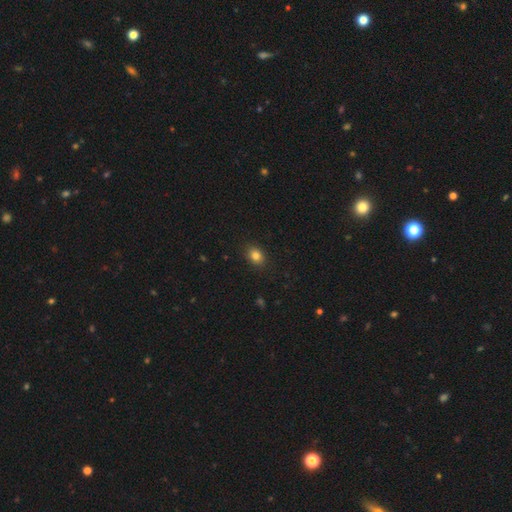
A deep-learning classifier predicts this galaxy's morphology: Q: Smooth or featured?
A: smooth (83%); runner-up: star or artifact (11%)
Q: How rounded?
A: in between (60%); runner-up: round (39%)
Q: Merging?
A: none (89%); runner-up: minor disturbance (8%)